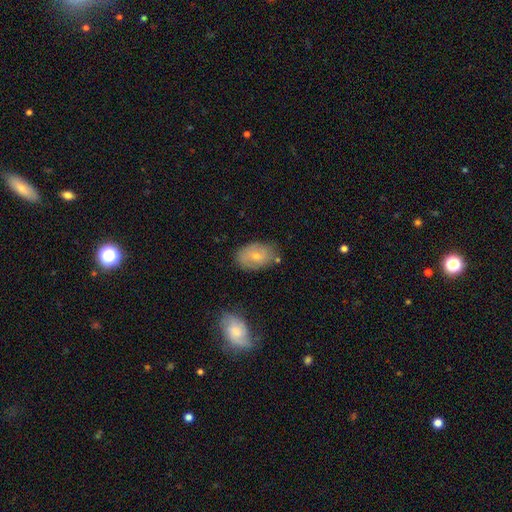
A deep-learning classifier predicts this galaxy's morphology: This appears to be a smooth galaxy with no disk features (64%) that is in between round and cigar-shaped (86%). Merging: none (70%).